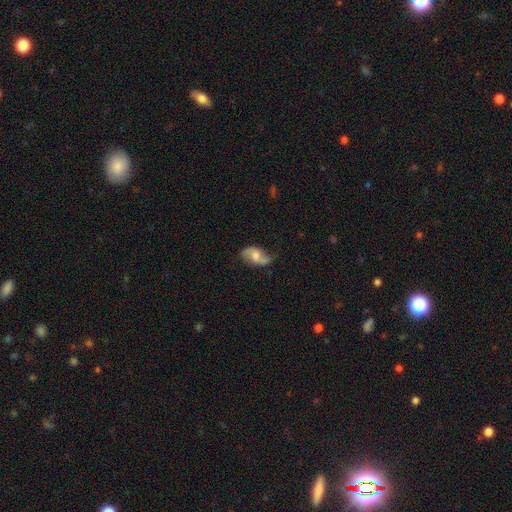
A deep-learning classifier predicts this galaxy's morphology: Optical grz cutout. It shows a featured or disk galaxy (67%) with no bar (50%), 2 (89%) loose (74%) spiral arms (91%) and a moderate central bulge (58%). Merging: none (64%).